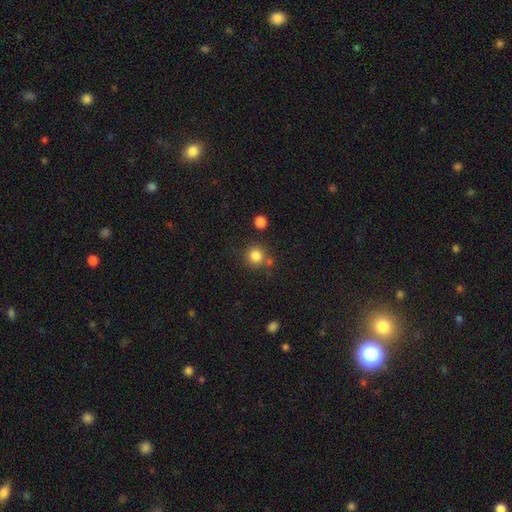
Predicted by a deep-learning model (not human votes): This is clearly a smooth galaxy (83%). How rounded: clearly round (92%). Merging: likely none (74%).